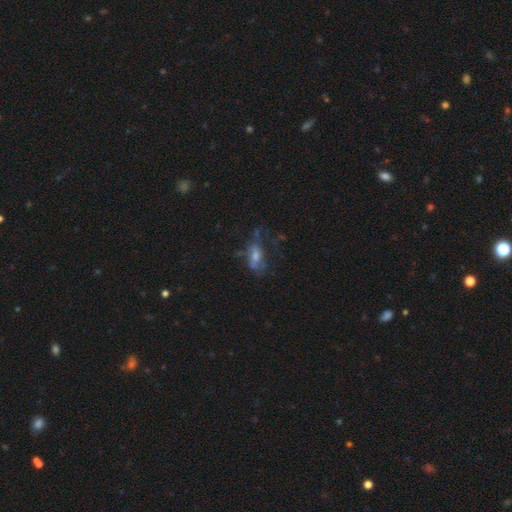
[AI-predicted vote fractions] smooth_or_featured: featured or disk (p=0.44) [alt: smooth p=0.39]
merging: none (p=0.44) [alt: major disturbance p=0.29]